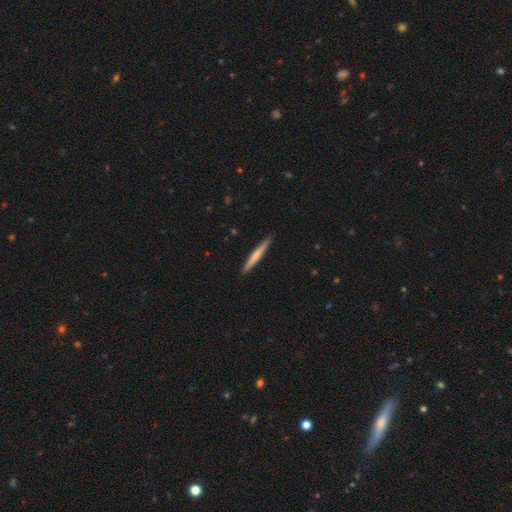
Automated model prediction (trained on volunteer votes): smooth 59%, featured or disk 36%, star or artifact 5%. Down the decision tree: how rounded — cigar-shaped (96%); merging — none (91%).